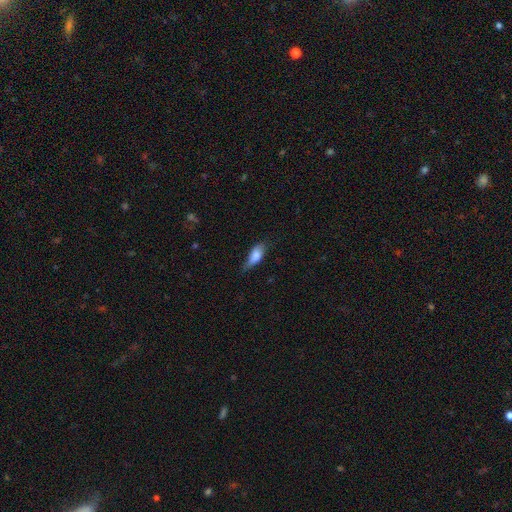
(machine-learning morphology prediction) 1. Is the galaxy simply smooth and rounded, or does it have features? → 77% smooth, 16% featured or disk, 7% star or artifact.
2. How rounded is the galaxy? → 76% in between, 20% cigar-shaped, 3% round.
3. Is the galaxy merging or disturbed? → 49% none, 39% minor disturbance, 11% major disturbance, 2% merger.